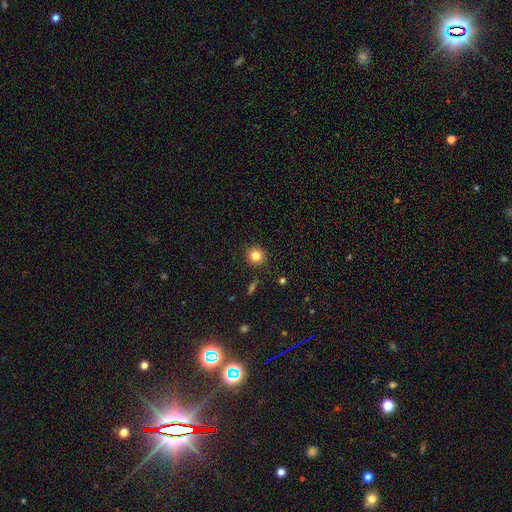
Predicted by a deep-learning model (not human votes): Smooth or featured? Predicted: smooth (p=0.83). How rounded? Predicted: round (p=0.91). Merging? Predicted: none (p=0.90).